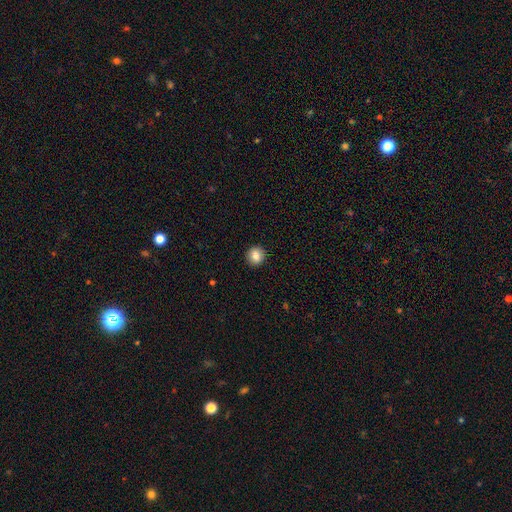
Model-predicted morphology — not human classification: The model was most divided on "smooth or featured": smooth: 85%, star or artifact: 9%, featured or disk: 6%. More confident: merging — none (93%); how rounded — round (92%).